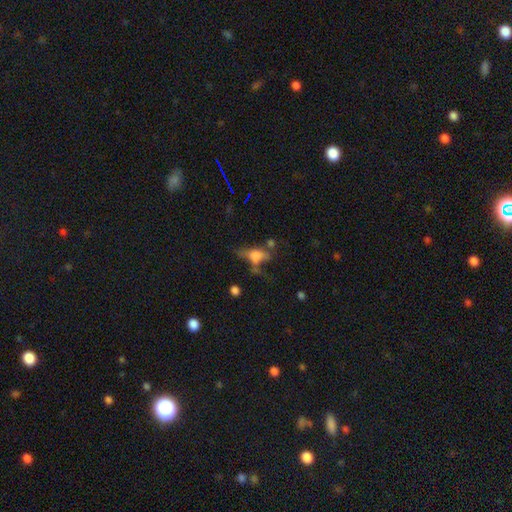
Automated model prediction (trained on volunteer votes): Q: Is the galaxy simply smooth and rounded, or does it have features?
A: smooth — 55%.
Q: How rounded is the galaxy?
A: in between — 71%.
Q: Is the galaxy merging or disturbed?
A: none — 35%.